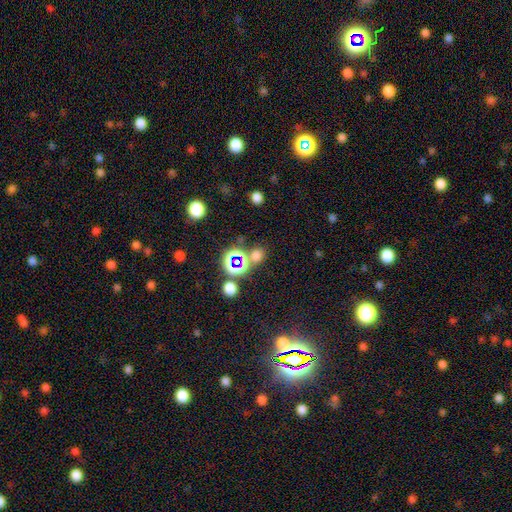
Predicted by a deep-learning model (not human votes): smooth_or_featured: smooth (p=0.55) [alt: star or artifact p=0.39]
how_rounded: round (p=0.75) [alt: in between p=0.23]
merging: none (p=0.70) [alt: merger p=0.16]